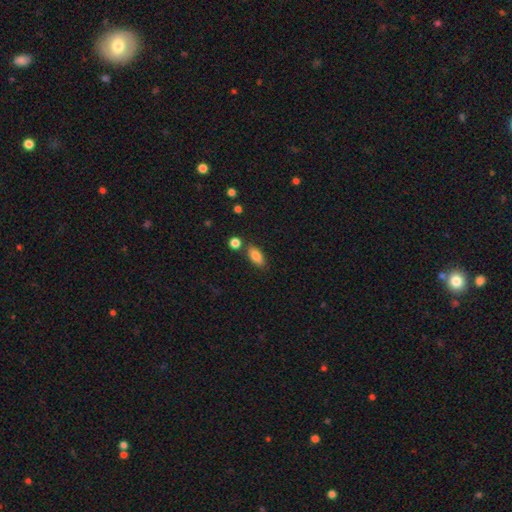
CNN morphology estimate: type=smooth (83%); roundness=in between (83%); merging=none (75%).